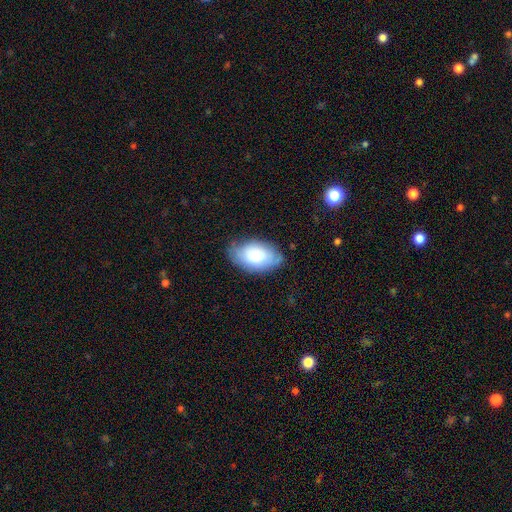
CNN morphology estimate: smooth-or-featured: smooth: 72% | featured or disk: 21% | star or artifact: 7%
  how-rounded: in between: 93% | round: 6% | cigar-shaped: 1%
  merging: none: 69% | minor disturbance: 24% | major disturbance: 5% | merger: 2%